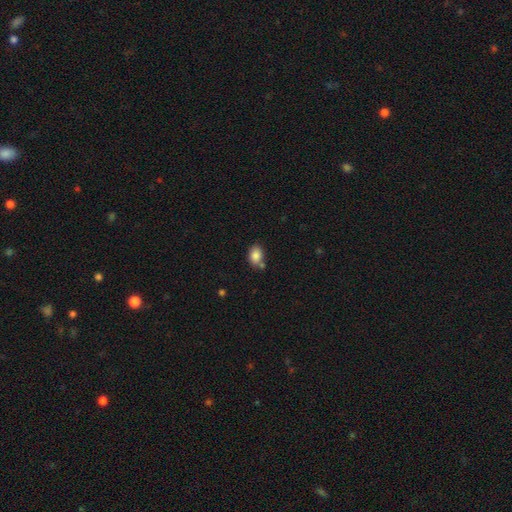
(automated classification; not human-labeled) Smooth or featured? smooth (84%)
How rounded? in between (74%)
Merging? none (65%)